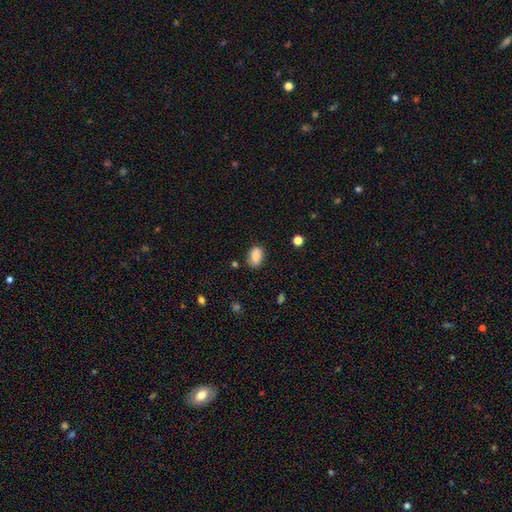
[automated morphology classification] smooth-or-featured: smooth: 81% | featured or disk: 11% | star or artifact: 8%
  how-rounded: in between: 83% | round: 16% | cigar-shaped: 1%
  merging: none: 78% | minor disturbance: 16% | major disturbance: 3% | merger: 3%